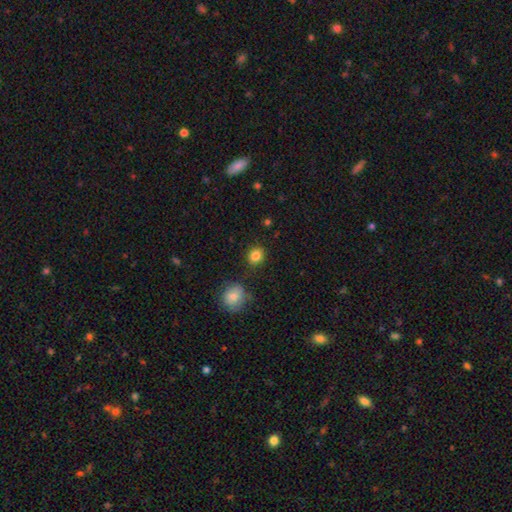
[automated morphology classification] Overall: smooth (84%). How rounded: round (73%). Merging: none (86%).